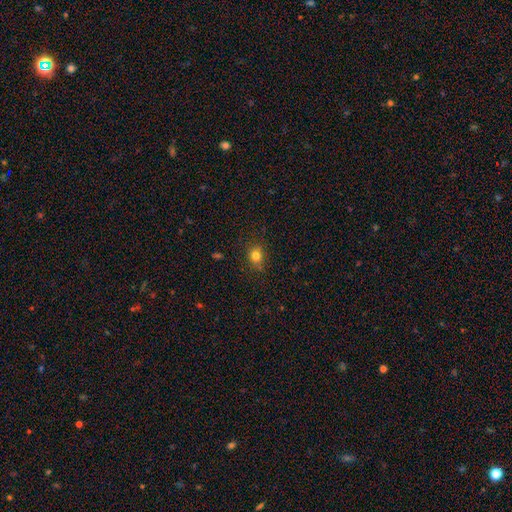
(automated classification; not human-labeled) Morphology: type=smooth (80%); roundness=round (67%); merging=none (85%).